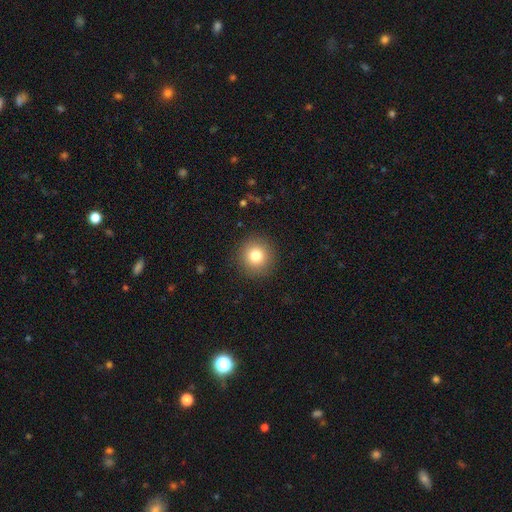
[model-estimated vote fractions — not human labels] smooth-or-featured: smooth: 81% | star or artifact: 11% | featured or disk: 8%
  how-rounded: round: 95% | in between: 4% | cigar-shaped: 1%
  merging: none: 91% | minor disturbance: 6% | major disturbance: 2% | merger: 1%